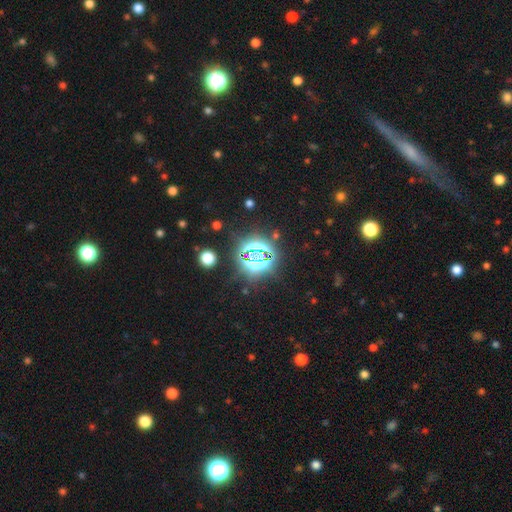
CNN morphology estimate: star or artifact 76%, smooth 15%, featured or disk 9%.